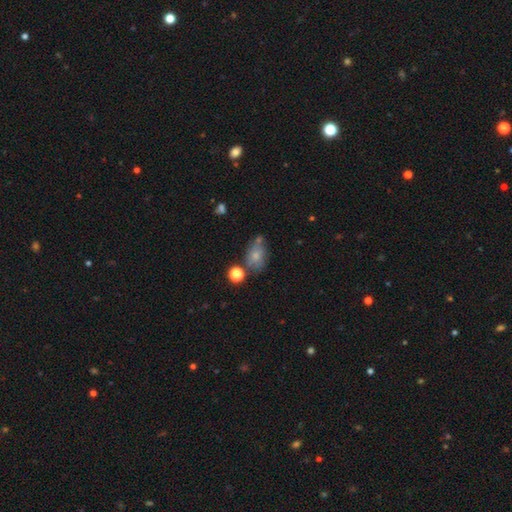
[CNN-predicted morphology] Overall: smooth (71%). How rounded: in between (75%). Merging: none (50%; minor disturbance 22%).